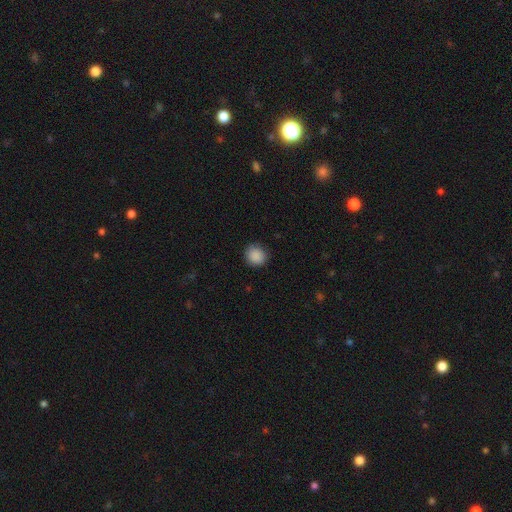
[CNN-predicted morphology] The model was most divided on "how rounded": round: 88%, in between: 12%, cigar-shaped: 1%. More confident: smooth or featured — smooth (89%); merging — none (88%).